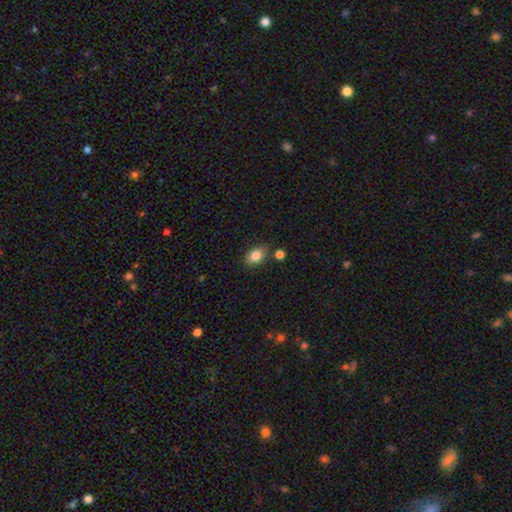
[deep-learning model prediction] Overall: smooth (84%). How rounded: in between (79%). Merging: none (77%).